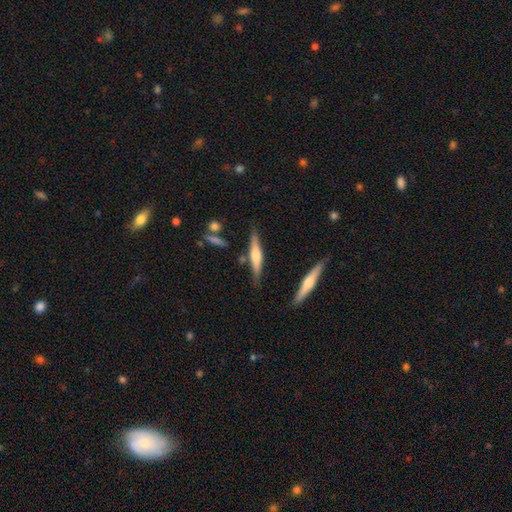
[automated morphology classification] Smooth or featured? featured or disk (56%)
Edge-on disk? yes (96%)
Edge-on bulge? rounded (71%)
Merging? none (78%)